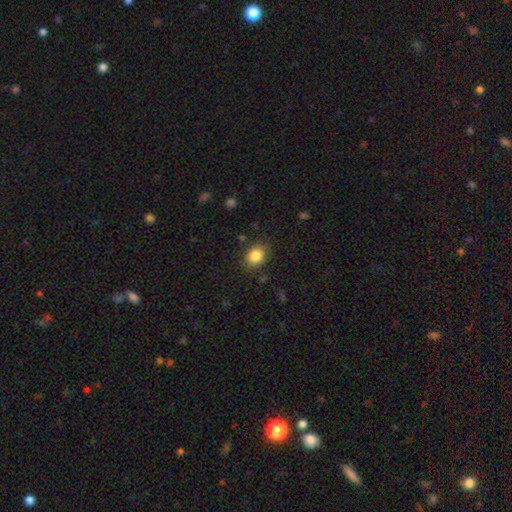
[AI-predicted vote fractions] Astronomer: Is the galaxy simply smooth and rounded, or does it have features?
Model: smooth — 85%.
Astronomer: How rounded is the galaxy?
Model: round — 53% (runner-up: in between, 46%).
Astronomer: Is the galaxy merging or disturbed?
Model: none — 83%.